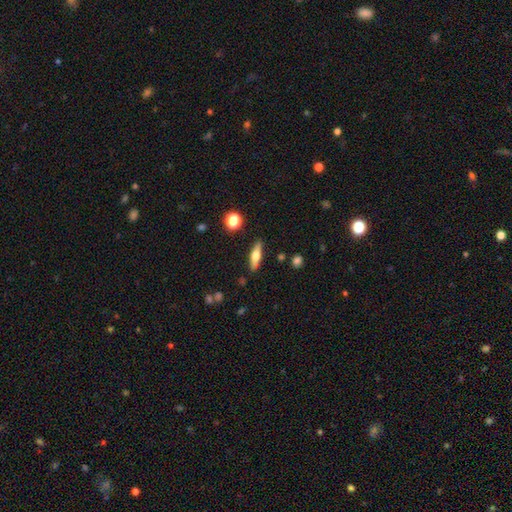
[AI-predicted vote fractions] Q: Smooth or featured?
A: smooth (50%); runner-up: featured or disk (43%)
Q: Merging?
A: none (88%); runner-up: minor disturbance (8%)